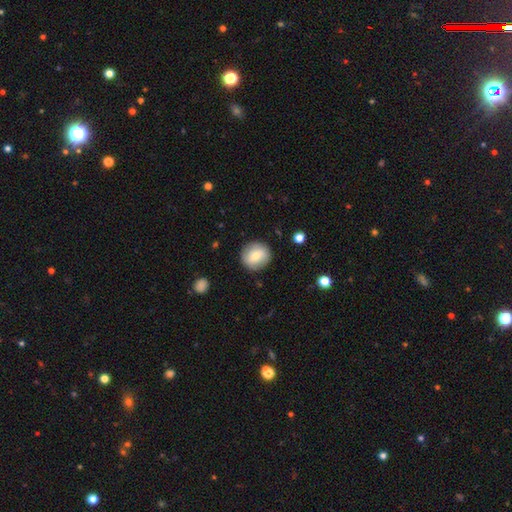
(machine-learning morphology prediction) Smooth or featured: smooth — 72% (featured or disk — 20%)
How rounded: round — 90% (in between — 9%)
Merging: none — 88% (minor disturbance — 9%)